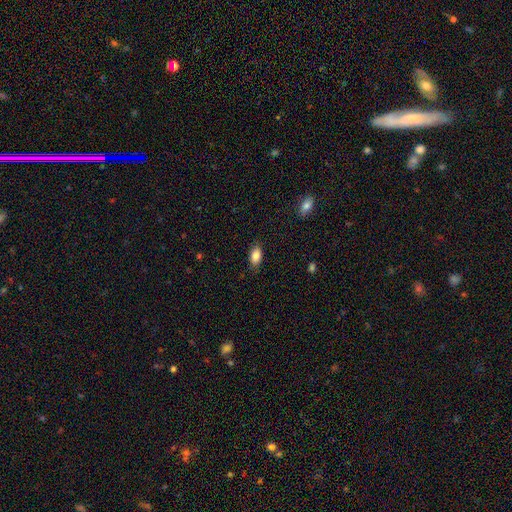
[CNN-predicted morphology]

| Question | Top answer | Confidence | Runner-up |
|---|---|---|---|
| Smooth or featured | smooth | 84% | featured or disk (8%) |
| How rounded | in between | 90% | round (6%) |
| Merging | none | 85% | minor disturbance (12%) |